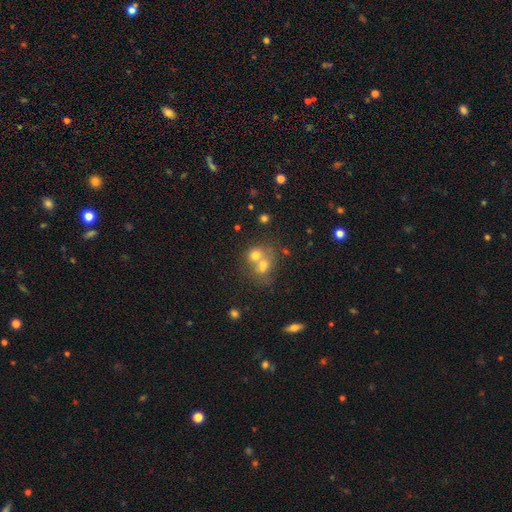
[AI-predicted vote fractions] This appears to be a smooth galaxy with no disk features (64%) that is round (65%). Merging: merger (61%).